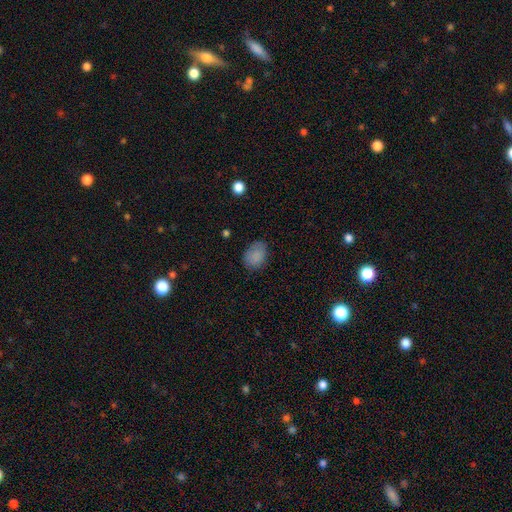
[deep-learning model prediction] A smooth galaxy with no disk features (85%) that is in between round and cigar-shaped (70%).

Vote fractions:
- Smooth or featured? smooth: 85% / star or artifact: 9% / featured or disk: 6%
- How rounded? in between: 70% / round: 29% / cigar-shaped: 1%
- Merging? none: 74% / minor disturbance: 20% / major disturbance: 5% / merger: 1%